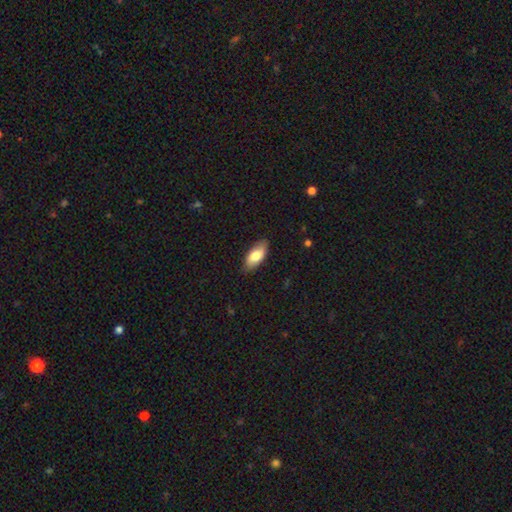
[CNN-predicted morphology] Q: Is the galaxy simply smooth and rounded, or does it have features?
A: smooth — 78%.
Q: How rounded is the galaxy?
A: in between — 89%.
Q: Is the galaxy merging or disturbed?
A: none — 83%.